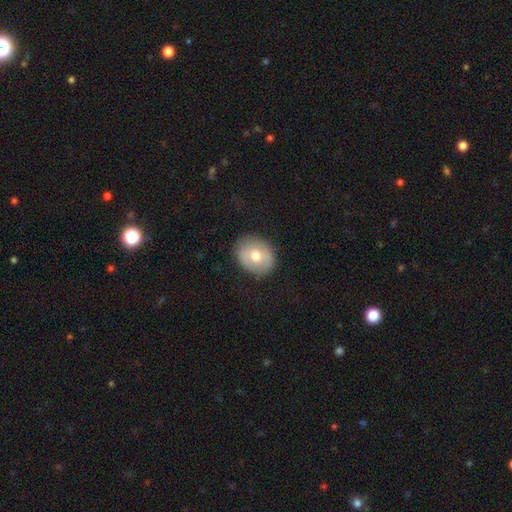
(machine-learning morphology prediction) This appears to be a smooth galaxy with no disk features (66%) that is round (57%). Merging: none (85%).